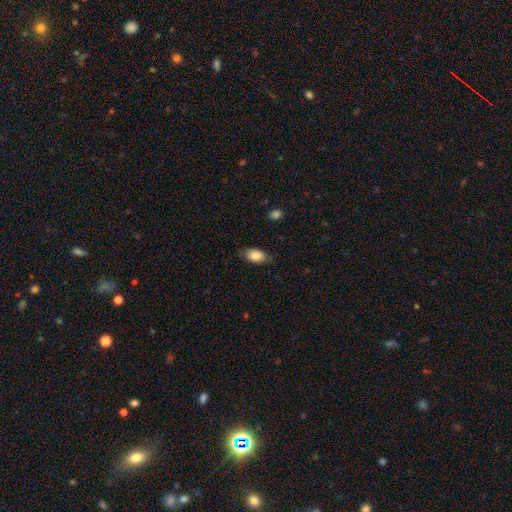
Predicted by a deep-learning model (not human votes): smooth_or_featured: smooth (p=0.84) [alt: featured or disk p=0.09]
how_rounded: in between (p=0.91) [alt: round p=0.06]
merging: none (p=0.75) [alt: minor disturbance p=0.19]